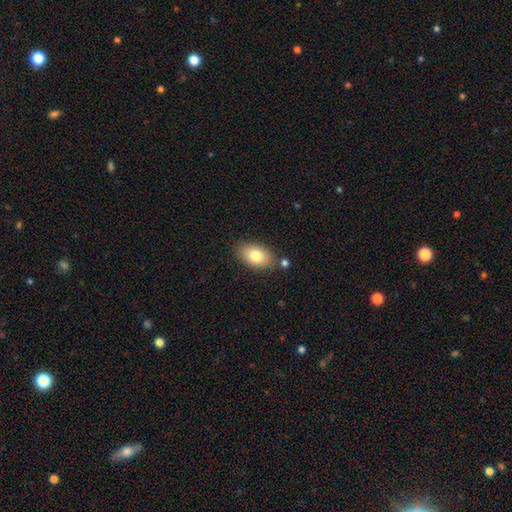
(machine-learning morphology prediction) Q: Smooth or featured?
A: smooth (81%); runner-up: featured or disk (11%)
Q: How rounded?
A: in between (89%); runner-up: round (9%)
Q: Merging?
A: none (80%); runner-up: minor disturbance (12%)